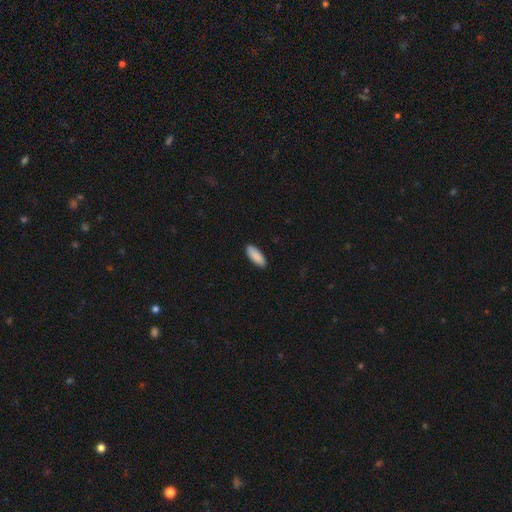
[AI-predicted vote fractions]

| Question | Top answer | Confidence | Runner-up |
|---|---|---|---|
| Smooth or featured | smooth | 91% | star or artifact (5%) |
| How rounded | in between | 72% | cigar-shaped (26%) |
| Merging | none | 90% | minor disturbance (7%) |